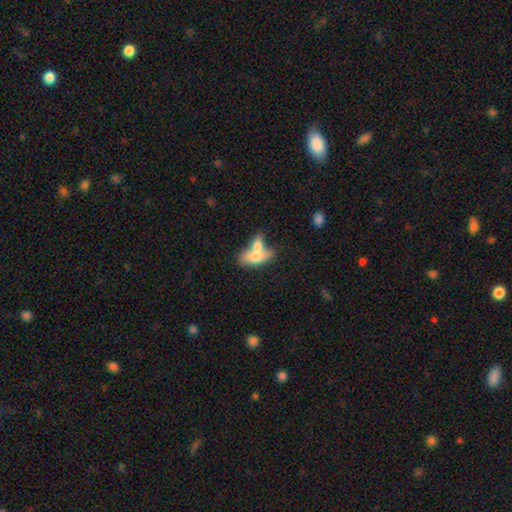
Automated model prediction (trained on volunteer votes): Morphology: type=smooth (70%); roundness=in between (77%); merging=merger (59%).